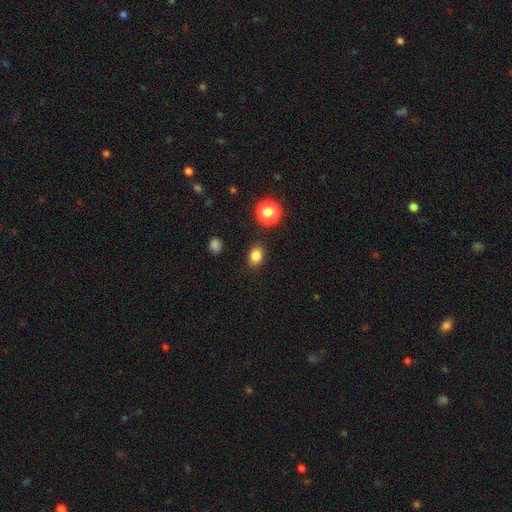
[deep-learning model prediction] Smooth or featured: smooth — 82% (star or artifact — 13%)
How rounded: in between — 61% (round — 38%)
Merging: none — 86% (minor disturbance — 9%)